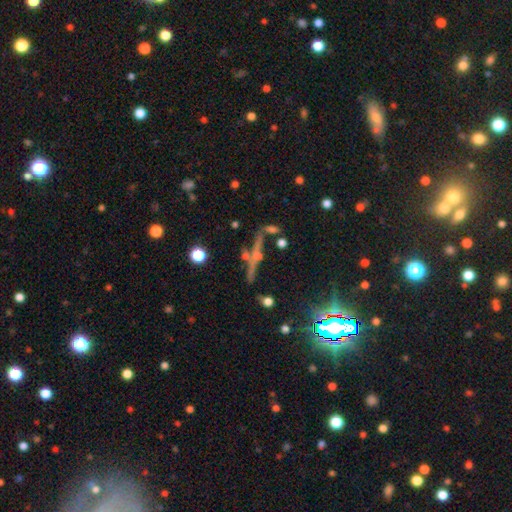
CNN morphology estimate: Smooth or featured?
  - featured or disk: 57% *
  - smooth: 23%
  - star or artifact: 20%
Edge-on disk?
  - yes: 87% *
  - no: 13%
Merging?
  - none: 66% *
  - merger: 14%
  - minor disturbance: 13%
  - major disturbance: 7%